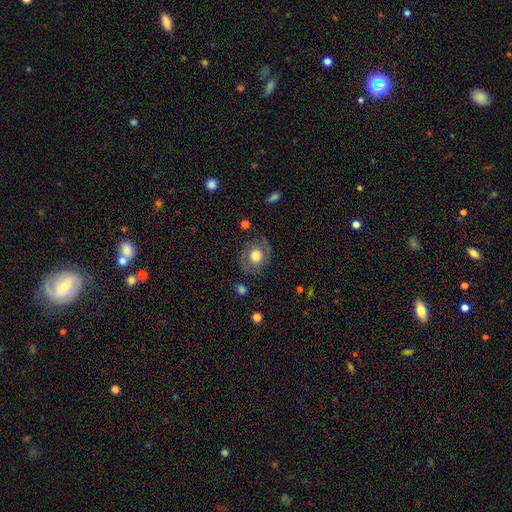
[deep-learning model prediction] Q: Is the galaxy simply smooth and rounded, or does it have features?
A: smooth — 56%.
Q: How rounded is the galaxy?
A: round — 70%.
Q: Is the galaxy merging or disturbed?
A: none — 76%.